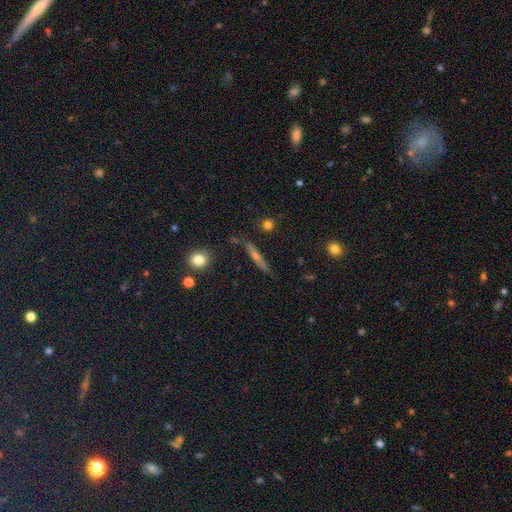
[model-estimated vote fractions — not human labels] This is possibly a featured or disk galaxy (53%). It is clearly viewed edge-on (93%). Merging: clearly none (83%).